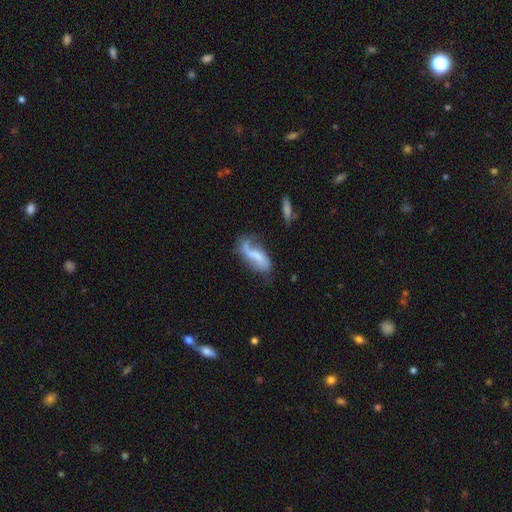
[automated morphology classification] The model was most divided on "merging": none: 38%, minor disturbance: 27%, major disturbance: 26%, merger: 9%. More confident: edge-on disk — no (91%); smooth or featured — featured or disk (53%).